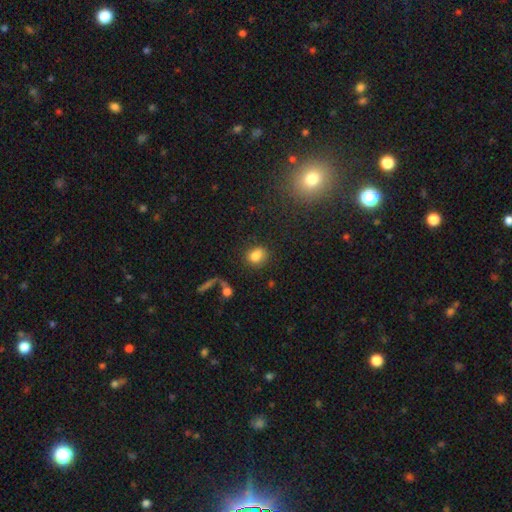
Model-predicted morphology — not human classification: A smooth galaxy with no disk features (82%) that is in between round and cigar-shaped (53%).

Vote fractions:
- Smooth or featured? smooth: 82% / star or artifact: 10% / featured or disk: 8%
- How rounded? in between: 53% / round: 45% / cigar-shaped: 2%
- Merging? none: 71% / minor disturbance: 15% / major disturbance: 7% / merger: 7%